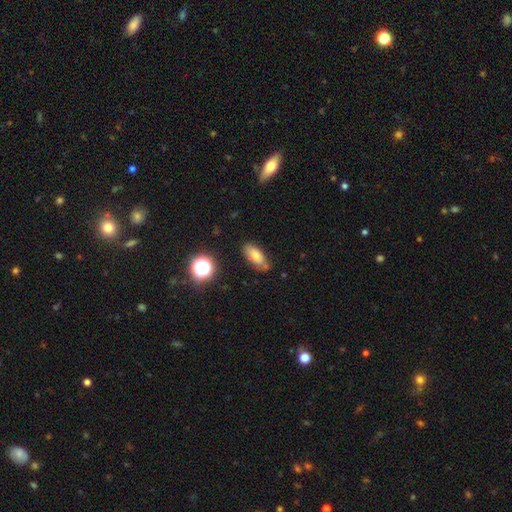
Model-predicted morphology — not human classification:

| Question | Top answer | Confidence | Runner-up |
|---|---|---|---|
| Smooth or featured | smooth | 74% | featured or disk (15%) |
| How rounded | in between | 82% | cigar-shaped (14%) |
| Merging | none | 70% | minor disturbance (21%) |